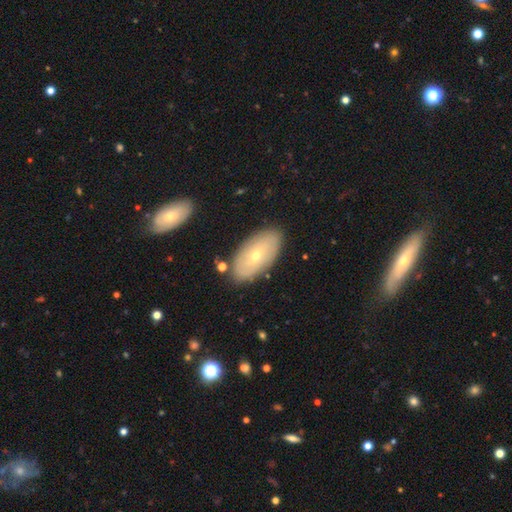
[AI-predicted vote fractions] This is possibly a featured or disk galaxy (46%, tied with smooth). Merging: clearly none (84%).